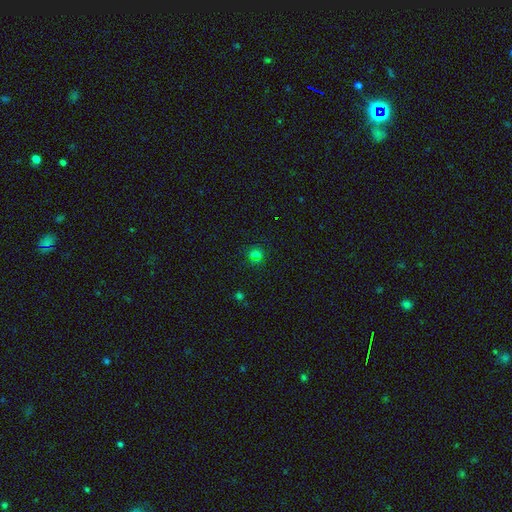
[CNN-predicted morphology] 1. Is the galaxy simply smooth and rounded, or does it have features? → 60% smooth, 34% star or artifact, 7% featured or disk.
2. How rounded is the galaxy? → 85% round, 13% in between, 1% cigar-shaped.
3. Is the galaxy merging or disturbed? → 83% none, 9% minor disturbance, 4% merger, 4% major disturbance.